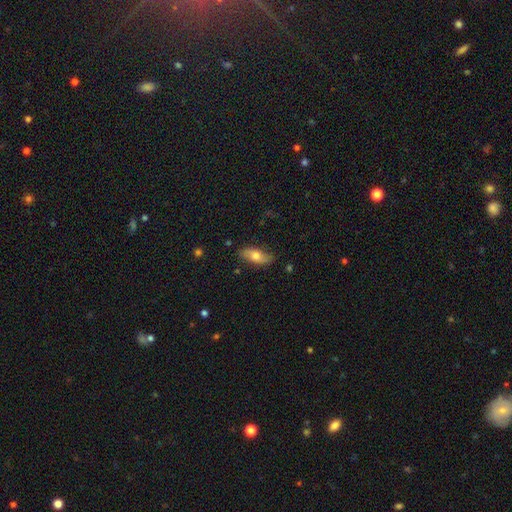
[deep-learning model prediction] A smooth galaxy with no disk features (64%) that is in between round and cigar-shaped (80%).

Vote fractions:
- Smooth or featured? smooth: 64% / featured or disk: 29% / star or artifact: 7%
- How rounded? in between: 80% / cigar-shaped: 17% / round: 3%
- Merging? none: 80% / minor disturbance: 16% / major disturbance: 3% / merger: 1%